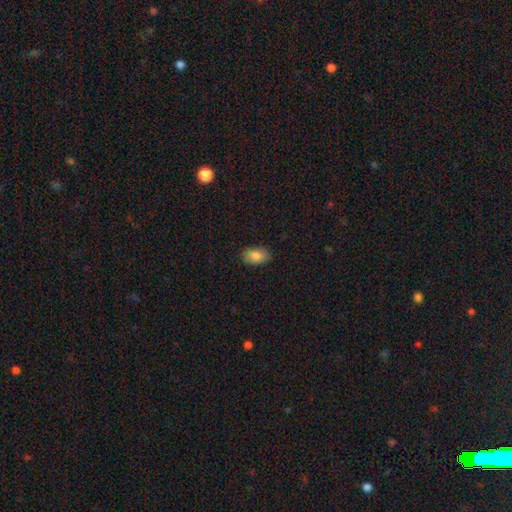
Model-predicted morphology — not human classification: Smooth or featured?
  - smooth: 85% *
  - featured or disk: 8%
  - star or artifact: 7%
How rounded?
  - in between: 92% *
  - round: 6%
  - cigar-shaped: 2%
Merging?
  - none: 87% *
  - minor disturbance: 10%
  - major disturbance: 2%
  - merger: 1%